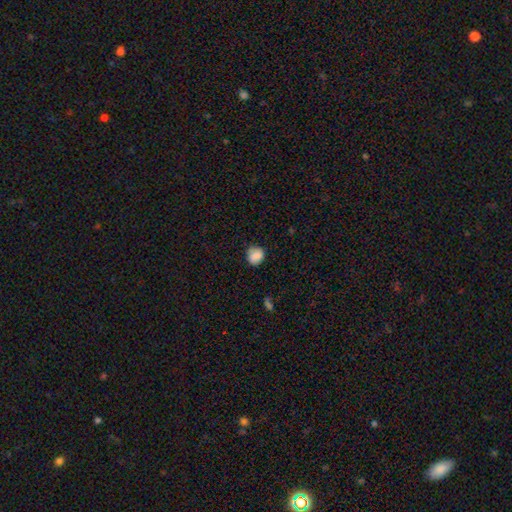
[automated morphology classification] smooth-or-featured: smooth: 83% | star or artifact: 9% | featured or disk: 8%
  how-rounded: round: 80% | in between: 19% | cigar-shaped: 1%
  merging: none: 76% | minor disturbance: 18% | major disturbance: 4% | merger: 2%